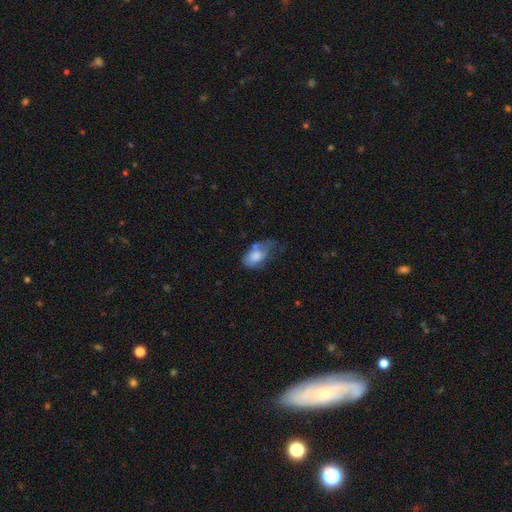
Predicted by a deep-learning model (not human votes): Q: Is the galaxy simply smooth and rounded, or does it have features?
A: smooth — 72%.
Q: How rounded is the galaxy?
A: in between — 90%.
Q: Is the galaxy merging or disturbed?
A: minor disturbance — 36%.